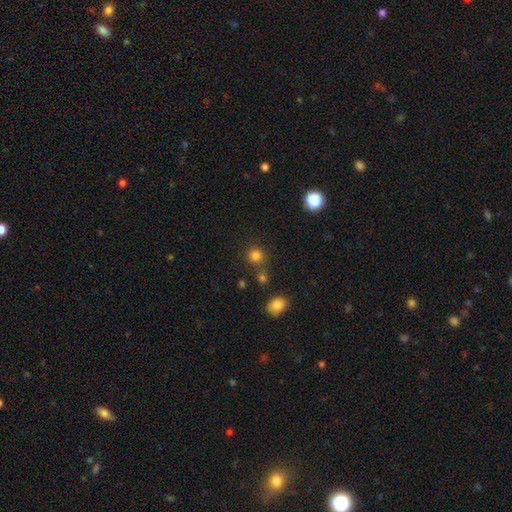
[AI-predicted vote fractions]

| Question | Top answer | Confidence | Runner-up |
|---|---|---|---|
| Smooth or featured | smooth | 79% | star or artifact (15%) |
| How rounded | round | 89% | in between (10%) |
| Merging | none | 70% | merger (15%) |